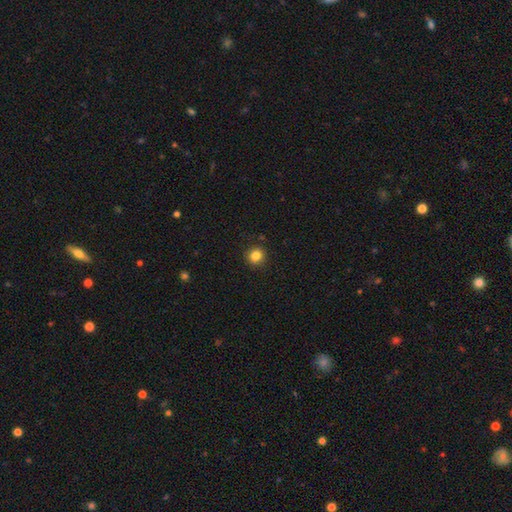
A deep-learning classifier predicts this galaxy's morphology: Smooth or featured: smooth — 83% (star or artifact — 12%)
How rounded: round — 93% (in between — 6%)
Merging: none — 91% (minor disturbance — 6%)